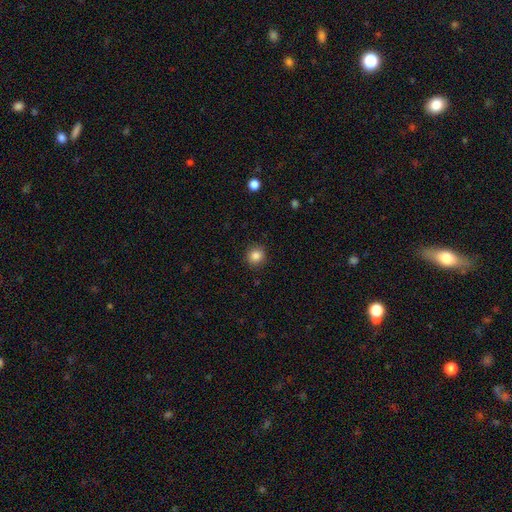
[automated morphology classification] A smooth galaxy with no disk features (85%) that is round (90%).

Vote fractions:
- Smooth or featured? smooth: 85% / star or artifact: 10% / featured or disk: 4%
- How rounded? round: 90% / in between: 10% / cigar-shaped: 1%
- Merging? none: 90% / minor disturbance: 7% / major disturbance: 2% / merger: 1%